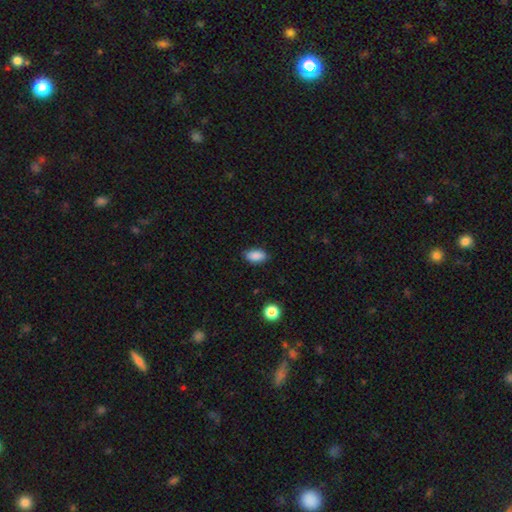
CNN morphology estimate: Smooth or featured? Predicted: smooth (p=0.88). How rounded? Predicted: in between (p=0.92). Merging? Predicted: none (p=0.85).